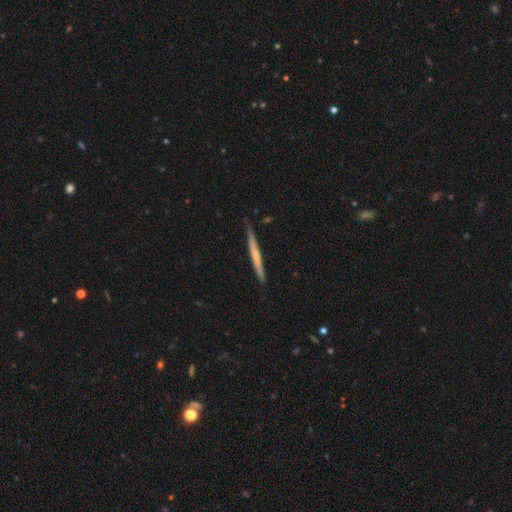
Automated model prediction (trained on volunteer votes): Smooth or featured? featured or disk (49%)
Merging? none (86%)